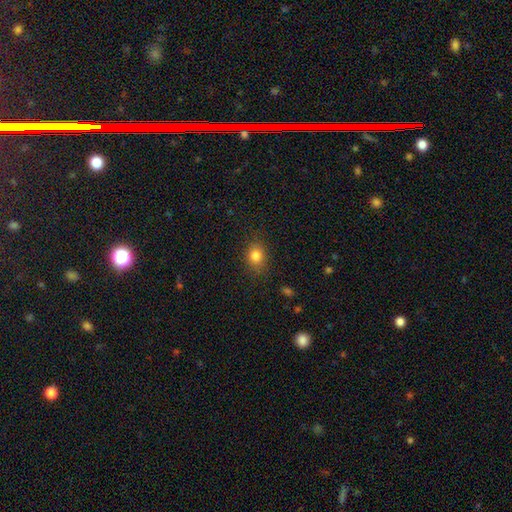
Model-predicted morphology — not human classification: This appears to be a smooth galaxy with no disk features (83%) that is round (52%). Merging: none (84%).